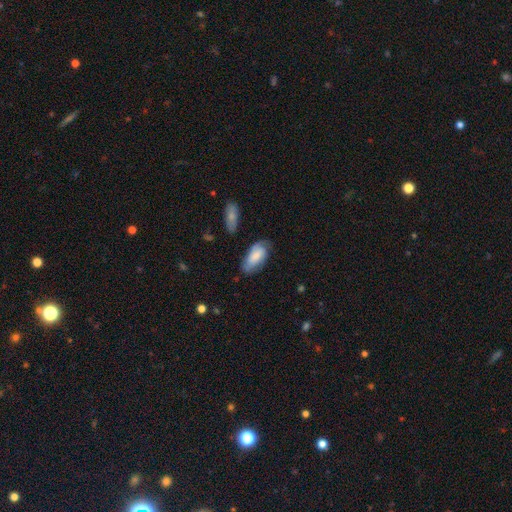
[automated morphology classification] type=smooth (68%); roundness=in between (90%); merging=none (61%).